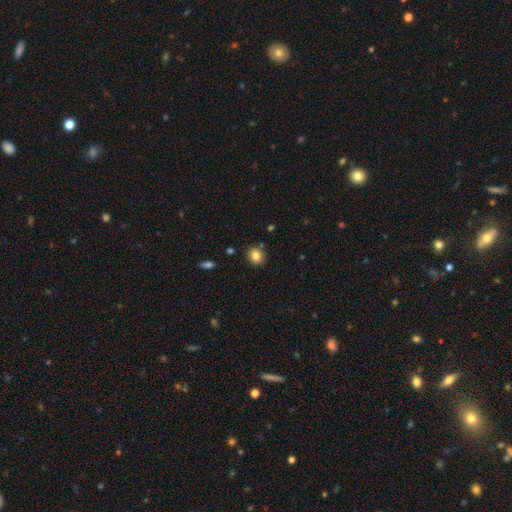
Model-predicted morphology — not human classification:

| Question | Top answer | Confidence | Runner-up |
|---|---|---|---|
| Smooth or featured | smooth | 83% | star or artifact (10%) |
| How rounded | round | 65% | in between (34%) |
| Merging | none | 86% | minor disturbance (9%) |